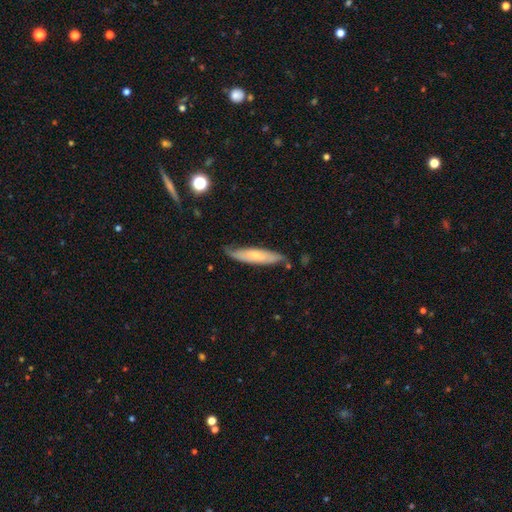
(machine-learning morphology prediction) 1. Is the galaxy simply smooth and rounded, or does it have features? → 54% smooth, 40% featured or disk, 6% star or artifact.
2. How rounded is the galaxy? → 81% cigar-shaped, 18% in between, 1% round.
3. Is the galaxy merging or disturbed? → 72% none, 22% minor disturbance, 4% major disturbance, 2% merger.